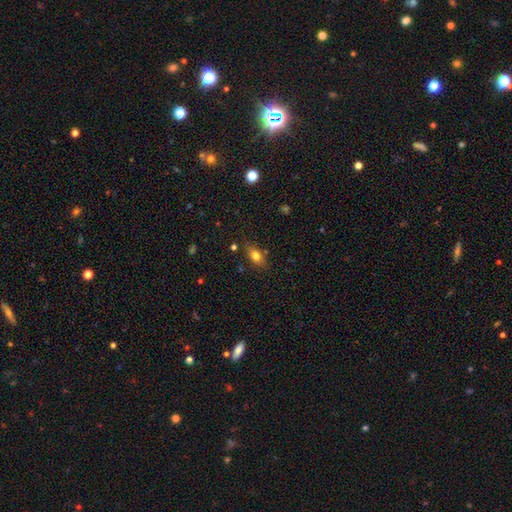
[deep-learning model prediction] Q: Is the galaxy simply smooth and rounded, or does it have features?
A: smooth — 75%.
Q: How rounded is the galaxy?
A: in between — 79%.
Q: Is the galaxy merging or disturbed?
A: none — 78%.